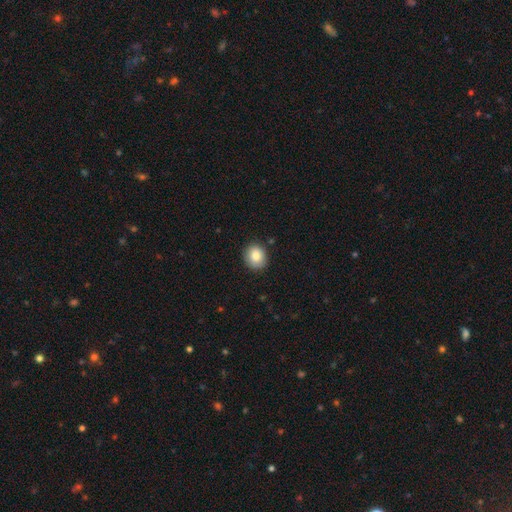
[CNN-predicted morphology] smooth-or-featured: smooth: 84% | star or artifact: 8% | featured or disk: 7%
  how-rounded: round: 74% | in between: 25% | cigar-shaped: 1%
  merging: none: 85% | minor disturbance: 12% | major disturbance: 2% | merger: 1%